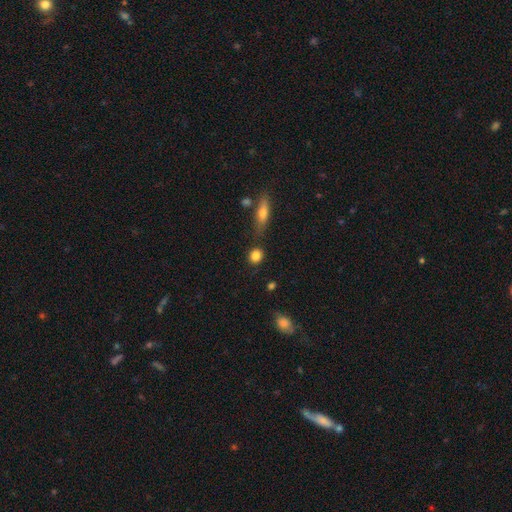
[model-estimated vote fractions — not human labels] A smooth galaxy with no disk features (84%) that is round (78%). Merging: none (80%).